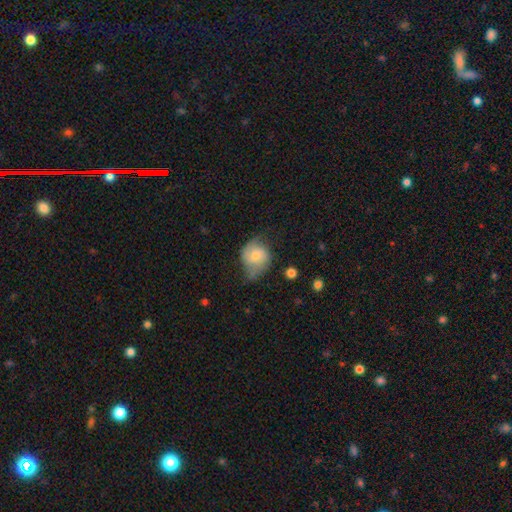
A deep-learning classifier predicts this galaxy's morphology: Q: Smooth or featured?
A: smooth (54%); runner-up: featured or disk (38%)
Q: How rounded?
A: round (67%); runner-up: in between (32%)
Q: Merging?
A: minor disturbance (40%); runner-up: none (38%)